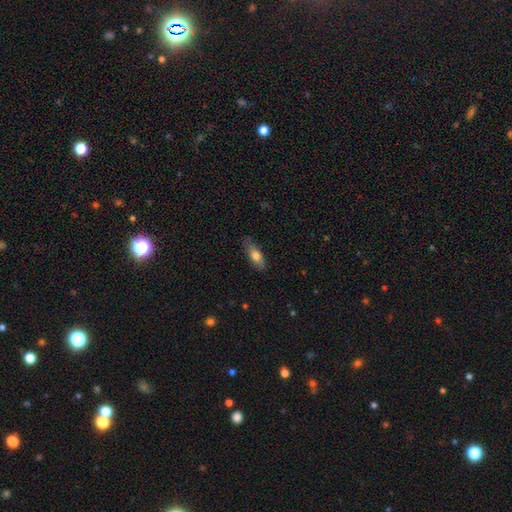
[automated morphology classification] This appears to be a smooth galaxy with no disk features (74%) that is in between round and cigar-shaped (70%). Merging: none (78%).